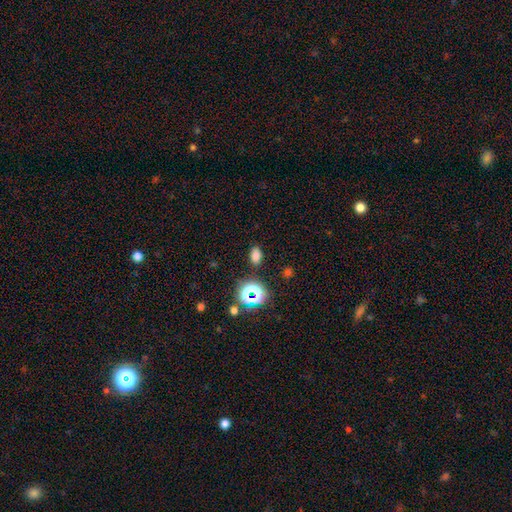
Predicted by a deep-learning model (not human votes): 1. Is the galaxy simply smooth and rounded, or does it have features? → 73% smooth, 21% star or artifact, 6% featured or disk.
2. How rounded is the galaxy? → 82% in between, 16% round, 2% cigar-shaped.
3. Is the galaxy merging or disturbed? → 84% none, 10% minor disturbance, 3% major disturbance, 3% merger.